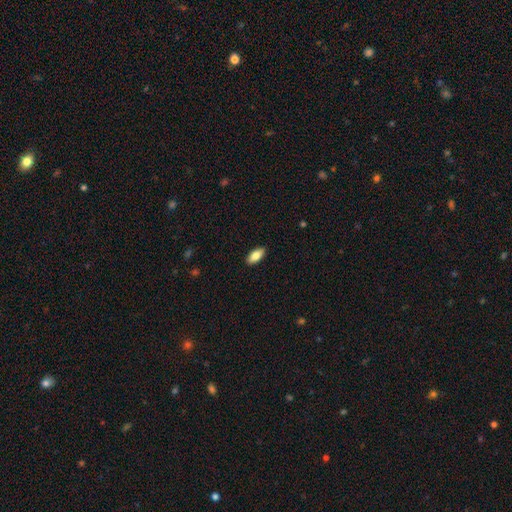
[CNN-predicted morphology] Smooth or featured?
  - smooth: 83% *
  - featured or disk: 11%
  - star or artifact: 6%
How rounded?
  - in between: 87% *
  - cigar-shaped: 11%
  - round: 2%
Merging?
  - none: 90% *
  - minor disturbance: 8%
  - major disturbance: 2%
  - merger: 1%